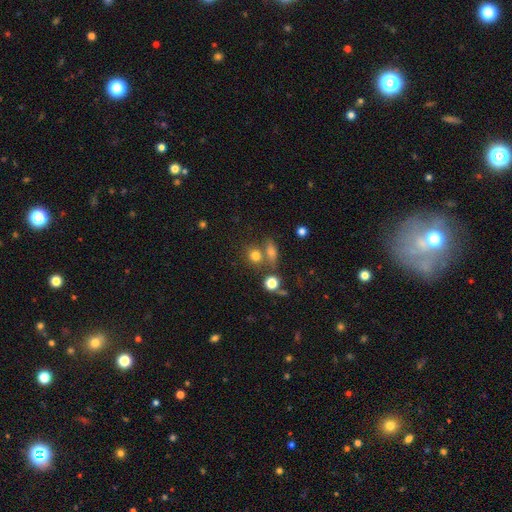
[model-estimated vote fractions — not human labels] The model was most divided on "merging": none: 57%, merger: 28%, minor disturbance: 10%, major disturbance: 4%. More confident: smooth or featured — smooth (75%); how rounded — round (69%).